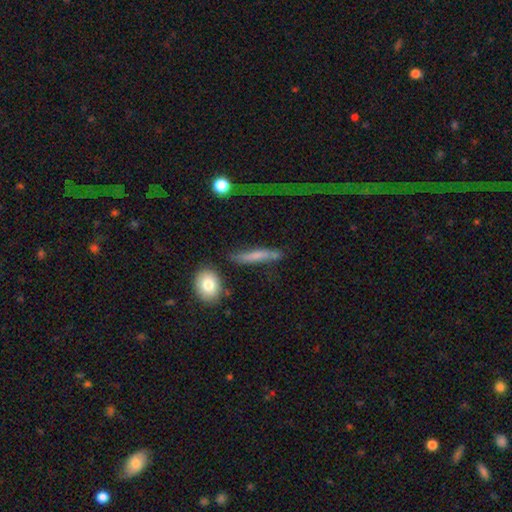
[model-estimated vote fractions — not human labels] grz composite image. It shows a smooth galaxy with no disk features (63%) that is cigar-shaped (85%). Merging: none (63%).